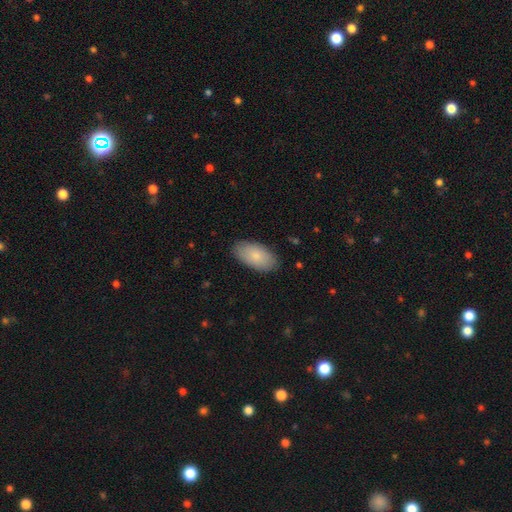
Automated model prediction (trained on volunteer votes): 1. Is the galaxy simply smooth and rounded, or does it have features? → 83% smooth, 11% featured or disk, 6% star or artifact.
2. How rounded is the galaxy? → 95% in between, 3% round, 3% cigar-shaped.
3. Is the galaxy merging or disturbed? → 85% none, 12% minor disturbance, 2% major disturbance, 1% merger.